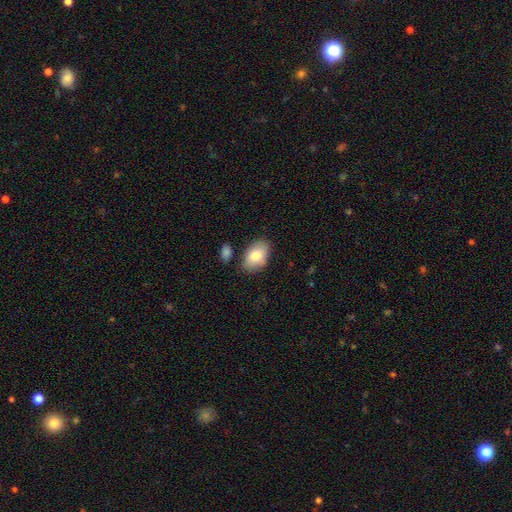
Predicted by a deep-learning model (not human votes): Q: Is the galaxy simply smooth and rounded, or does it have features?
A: smooth — 81%.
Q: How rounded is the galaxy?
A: in between — 90%.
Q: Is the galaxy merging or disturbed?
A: none — 77%.